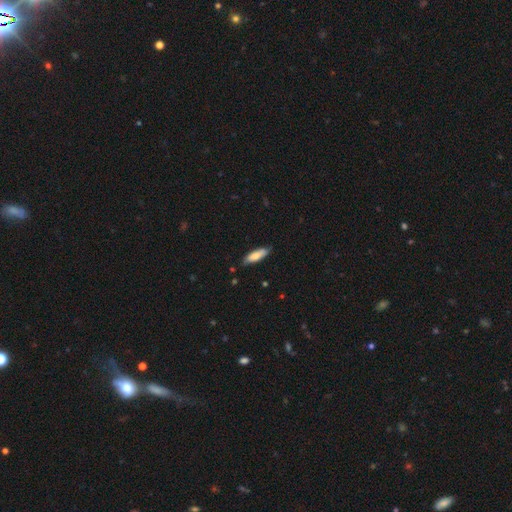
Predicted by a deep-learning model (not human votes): Overall: smooth (76%). How rounded: cigar-shaped (52%; in between 47%). Merging: none (80%).